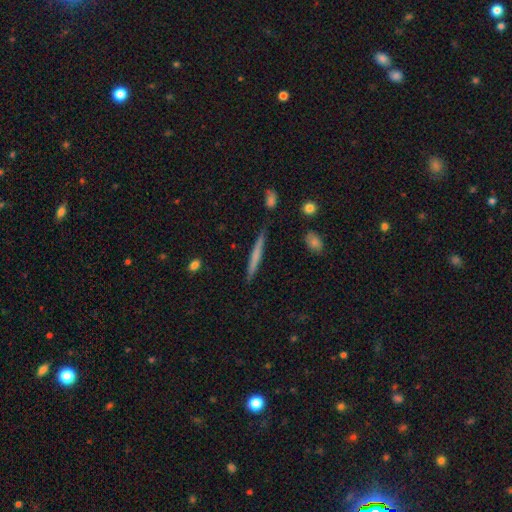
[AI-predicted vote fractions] smooth-or-featured: smooth: 57% | featured or disk: 36% | star or artifact: 7%
  how-rounded: cigar-shaped: 96% | in between: 3% | round: 2%
  merging: none: 85% | minor disturbance: 10% | major disturbance: 2% | merger: 2%